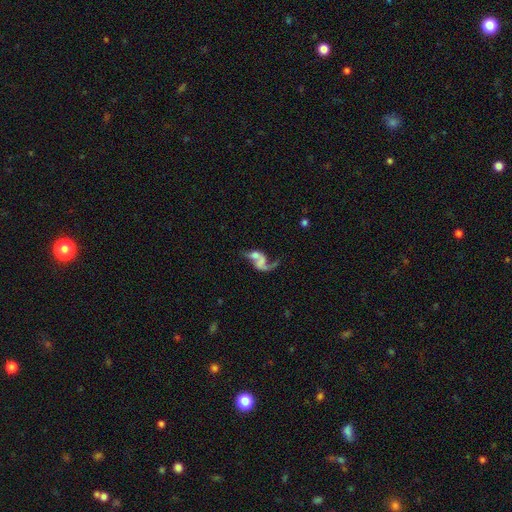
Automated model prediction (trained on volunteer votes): A featured or disk galaxy (63%) with no bar (64%), spiral arms (70%) and no central bulge (41%). Merging: merger (48%).